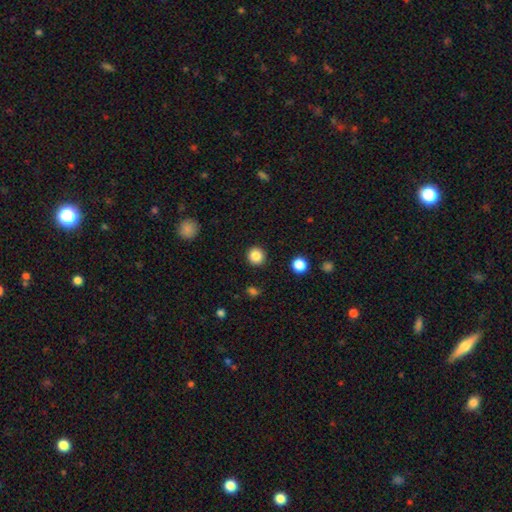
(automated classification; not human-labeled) smooth_or_featured: smooth (p=0.86) [alt: star or artifact p=0.10]
how_rounded: round (p=0.94) [alt: in between p=0.05]
merging: none (p=0.92) [alt: minor disturbance p=0.05]